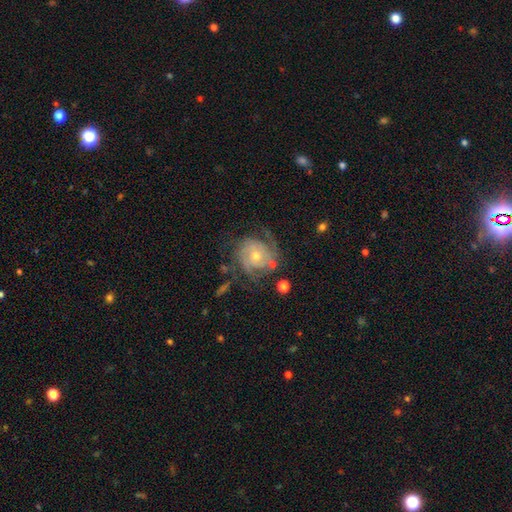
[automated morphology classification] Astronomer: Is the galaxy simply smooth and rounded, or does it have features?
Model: featured or disk — 80%.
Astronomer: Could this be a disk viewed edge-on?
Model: no — 97%.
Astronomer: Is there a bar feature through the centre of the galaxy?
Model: no — 73%.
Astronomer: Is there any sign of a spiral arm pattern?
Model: yes — 91%.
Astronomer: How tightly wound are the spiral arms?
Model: tight — 55% (runner-up: medium, 33%).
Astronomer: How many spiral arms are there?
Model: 2 — 36% (runner-up: can't tell, 29%).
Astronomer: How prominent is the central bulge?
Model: small — 52% (runner-up: moderate, 44%).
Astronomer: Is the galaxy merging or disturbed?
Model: none — 61%.